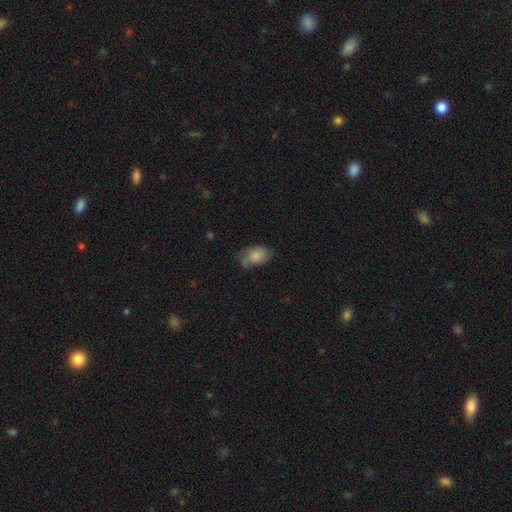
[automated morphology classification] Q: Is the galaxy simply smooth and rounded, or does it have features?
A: smooth — 69%.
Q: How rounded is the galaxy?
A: in between — 89%.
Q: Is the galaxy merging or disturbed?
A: none — 49%.